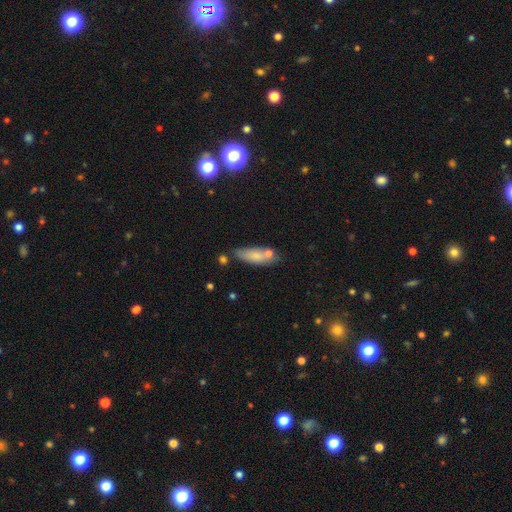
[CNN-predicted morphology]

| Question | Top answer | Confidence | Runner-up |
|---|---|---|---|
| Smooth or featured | smooth | 76% | featured or disk (17%) |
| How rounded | in between | 60% | cigar-shaped (37%) |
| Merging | none | 60% | minor disturbance (20%) |